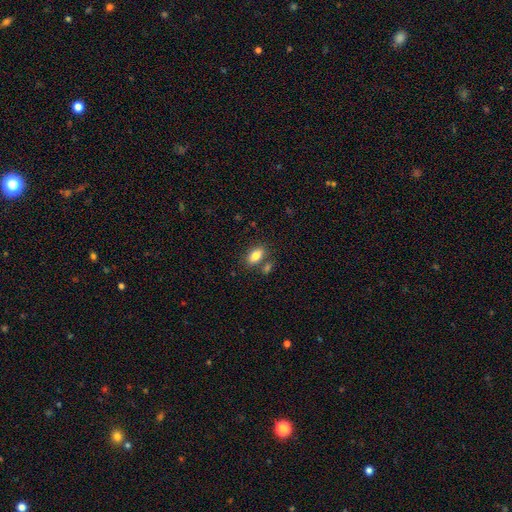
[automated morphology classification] smooth 84%, star or artifact 8%, featured or disk 8%. Down the decision tree: how rounded — in between (89%); merging — none (70%).